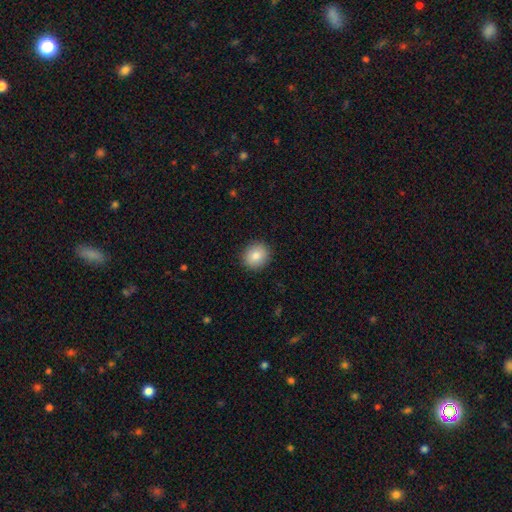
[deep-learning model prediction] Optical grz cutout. It shows a smooth galaxy with no disk features (84%) that is round (77%). Merging: none (91%).